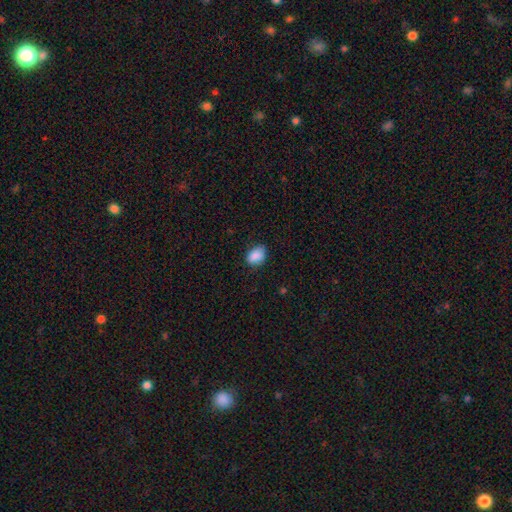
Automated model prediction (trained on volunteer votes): Overall: smooth (87%). How rounded: in between (69%; round 29%). Merging: none (73%).